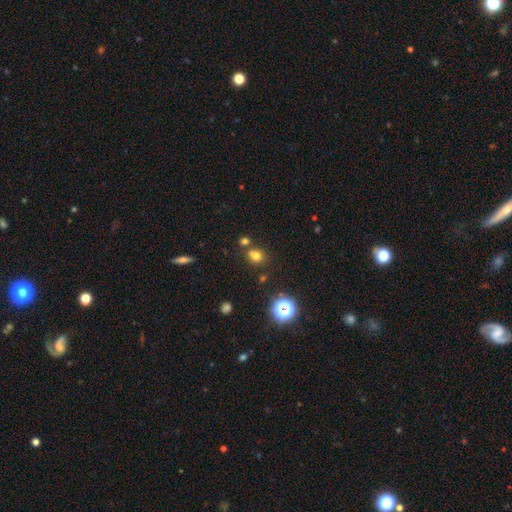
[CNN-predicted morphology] This appears to be a smooth galaxy with no disk features (72%) that is round (69%). Merging: none (63%).